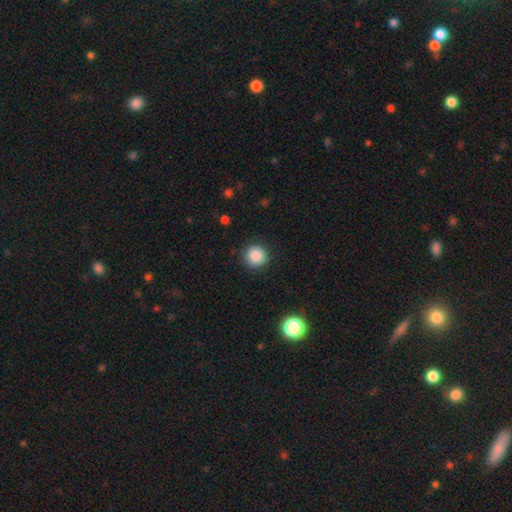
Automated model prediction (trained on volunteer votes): This is clearly a smooth galaxy (87%). How rounded: clearly round (95%). Merging: clearly none (90%).